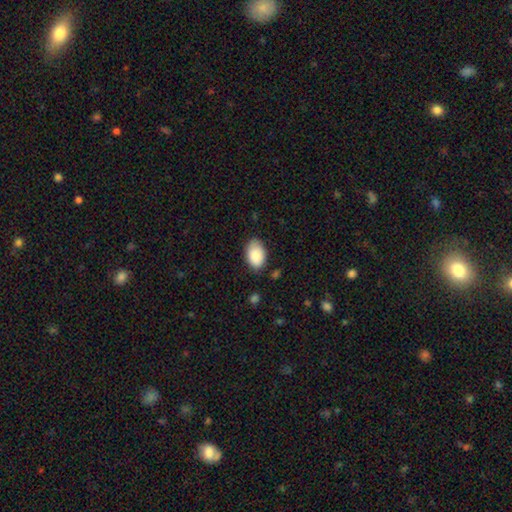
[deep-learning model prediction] Smooth or featured? Predicted: smooth (p=0.88). How rounded? Predicted: in between (p=0.92). Merging? Predicted: none (p=0.78).